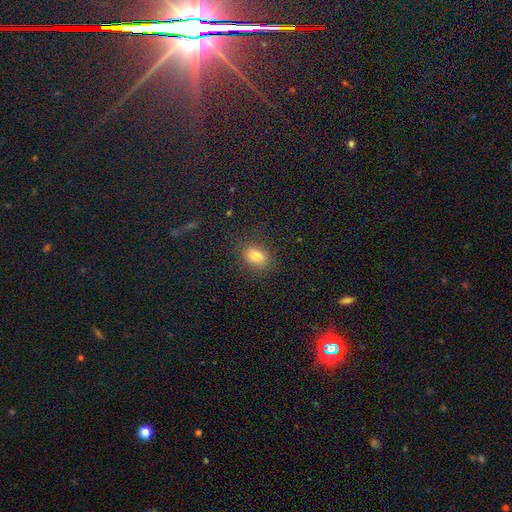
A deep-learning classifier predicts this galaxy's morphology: This appears to be a smooth galaxy with no disk features (78%) that is in between round and cigar-shaped (77%). Merging: none (80%).